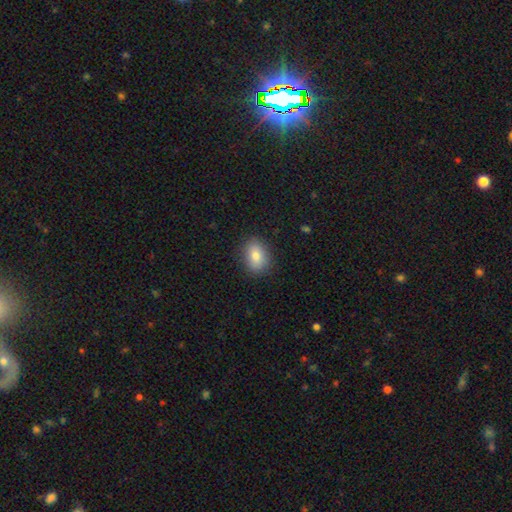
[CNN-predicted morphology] Smooth or featured? Predicted: smooth (p=0.82). How rounded? Predicted: in between (p=0.75). Merging? Predicted: none (p=0.87).